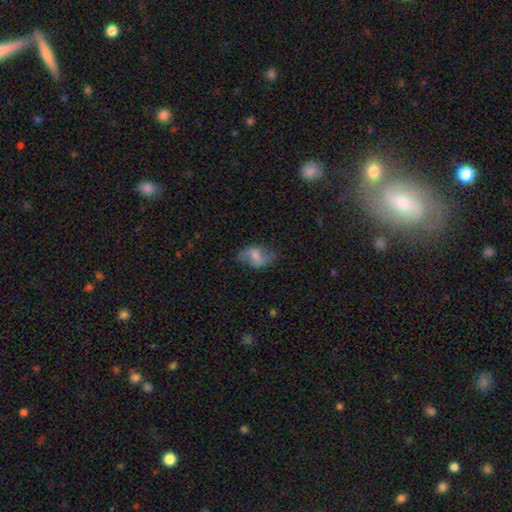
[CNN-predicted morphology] This appears to be a featured or disk galaxy (47%). Merging: none (69%).